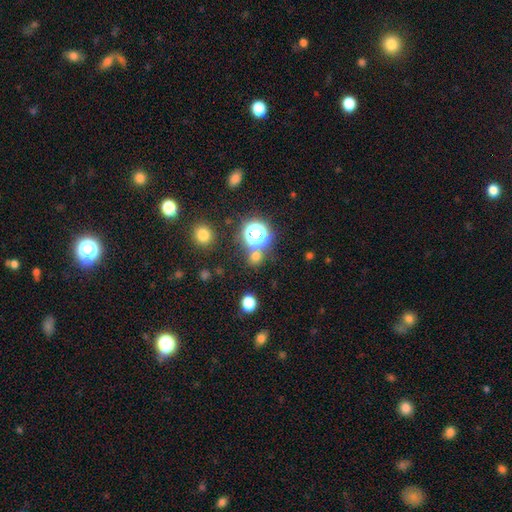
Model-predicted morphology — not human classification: This appears to be a smooth galaxy with no disk features (61%) that is round (86%). Merging: none (72%).